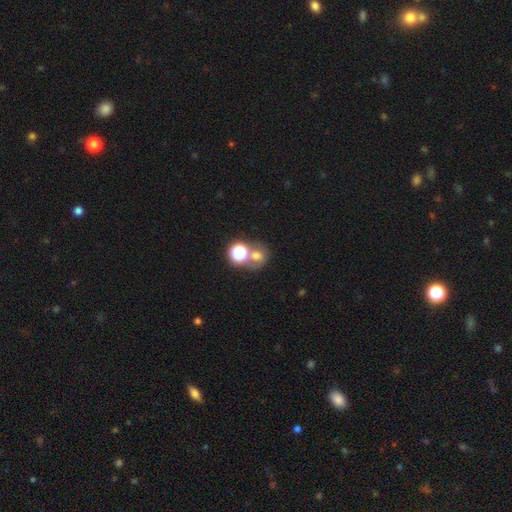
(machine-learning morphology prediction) type=smooth (59%); roundness=round (71%); merging=none (44%).